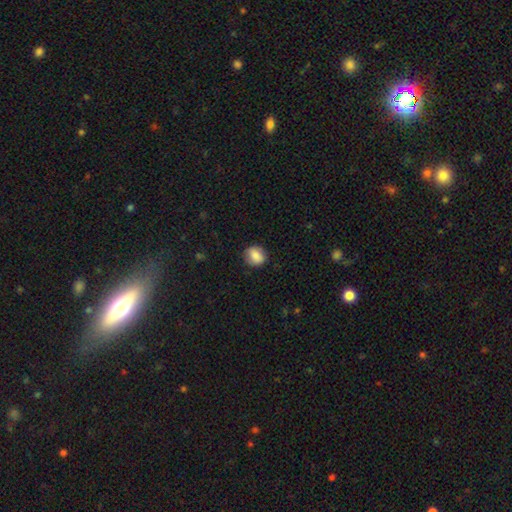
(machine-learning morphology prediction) A smooth galaxy with no disk features (81%) that is round (72%).

Vote fractions:
- Smooth or featured? smooth: 81% / featured or disk: 11% / star or artifact: 8%
- How rounded? round: 72% / in between: 27% / cigar-shaped: 1%
- Merging? none: 85% / minor disturbance: 12% / major disturbance: 3% / merger: 1%